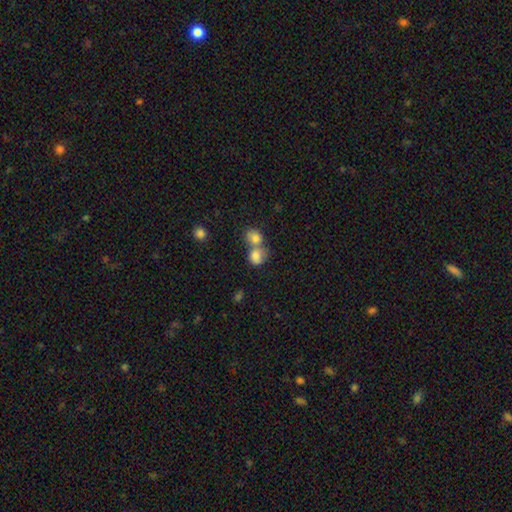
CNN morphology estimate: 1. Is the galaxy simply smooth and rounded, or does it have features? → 81% smooth, 10% featured or disk, 9% star or artifact.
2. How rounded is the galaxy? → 65% round, 34% in between, 1% cigar-shaped.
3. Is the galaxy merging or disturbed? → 63% merger, 26% none, 7% minor disturbance, 4% major disturbance.